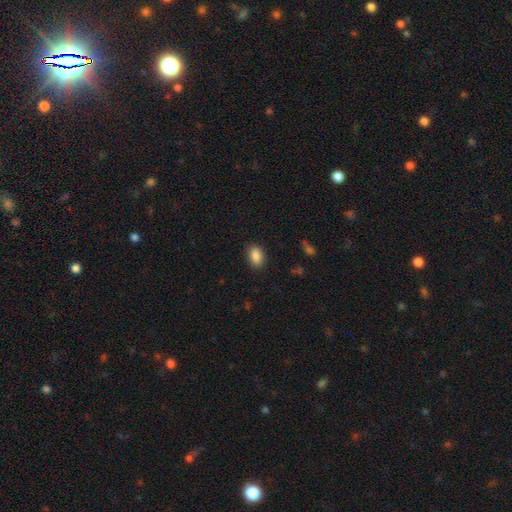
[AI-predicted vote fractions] Overall: smooth (89%). How rounded: in between (90%). Merging: none (87%).